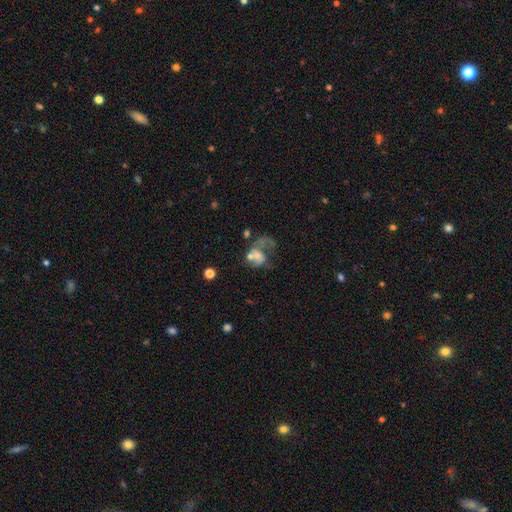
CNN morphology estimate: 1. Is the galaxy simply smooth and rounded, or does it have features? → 52% featured or disk, 35% smooth, 13% star or artifact.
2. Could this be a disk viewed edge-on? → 98% no, 2% yes.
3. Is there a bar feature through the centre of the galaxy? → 81% no, 16% weak, 4% strong.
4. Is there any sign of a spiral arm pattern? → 55% no, 45% yes.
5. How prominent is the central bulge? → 31% small, 30% moderate, 28% none, 8% large, 3% dominant.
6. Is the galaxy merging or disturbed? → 40% major disturbance, 33% merger, 17% none, 10% minor disturbance.